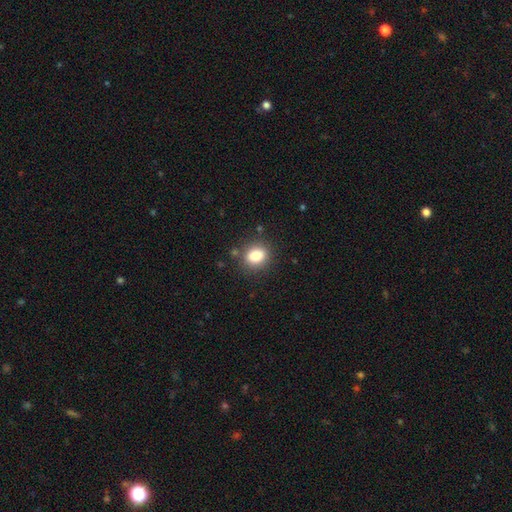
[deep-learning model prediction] This appears to be a smooth galaxy with no disk features (84%) that is in between round and cigar-shaped (50%). Merging: none (83%).